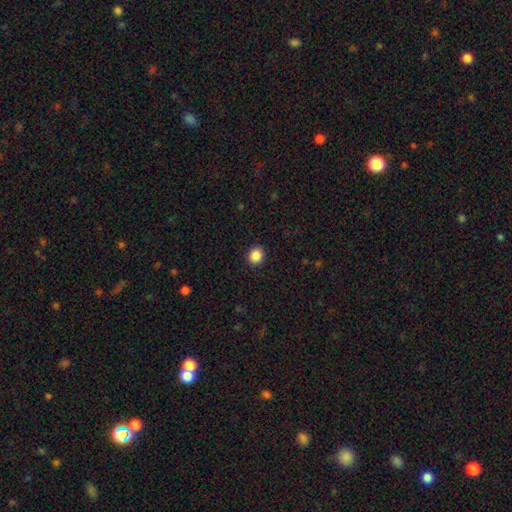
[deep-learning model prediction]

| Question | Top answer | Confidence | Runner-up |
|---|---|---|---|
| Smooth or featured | smooth | 87% | star or artifact (10%) |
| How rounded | round | 81% | in between (18%) |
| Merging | none | 92% | minor disturbance (6%) |